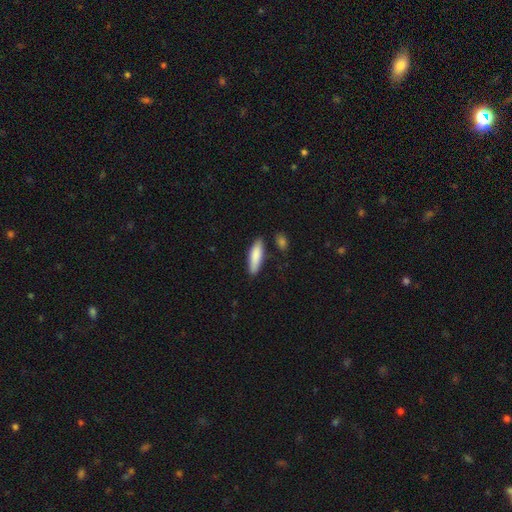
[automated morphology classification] This is clearly a smooth galaxy (84%). How rounded: likely cigar-shaped (63%). Merging: likely none (80%).